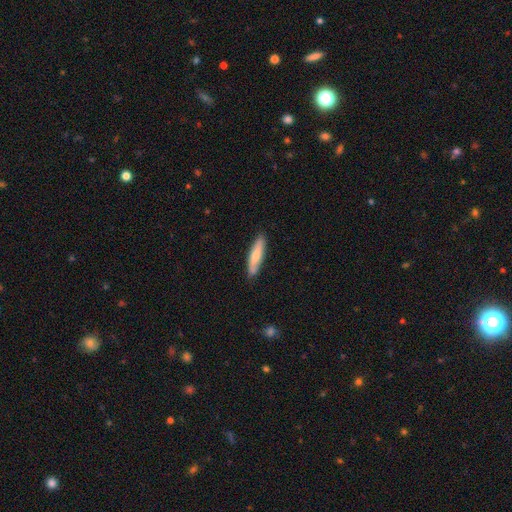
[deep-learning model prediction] Q: Smooth or featured?
A: smooth (69%); runner-up: featured or disk (26%)
Q: How rounded?
A: cigar-shaped (76%); runner-up: in between (22%)
Q: Merging?
A: none (84%); runner-up: minor disturbance (13%)